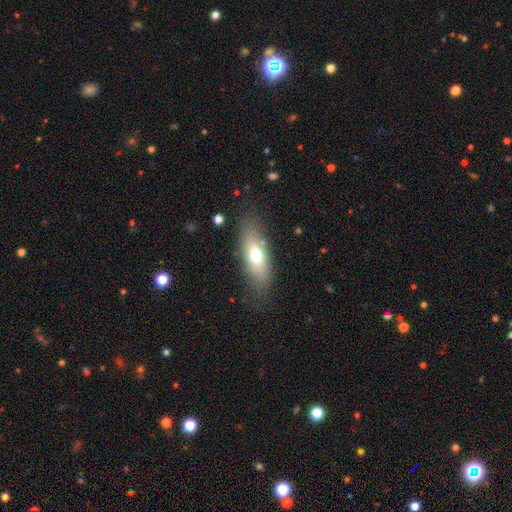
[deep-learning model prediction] smooth_or_featured: smooth (p=0.64) [alt: featured or disk p=0.27]
how_rounded: in between (p=0.69) [alt: cigar-shaped p=0.27]
merging: none (p=0.78) [alt: minor disturbance p=0.14]